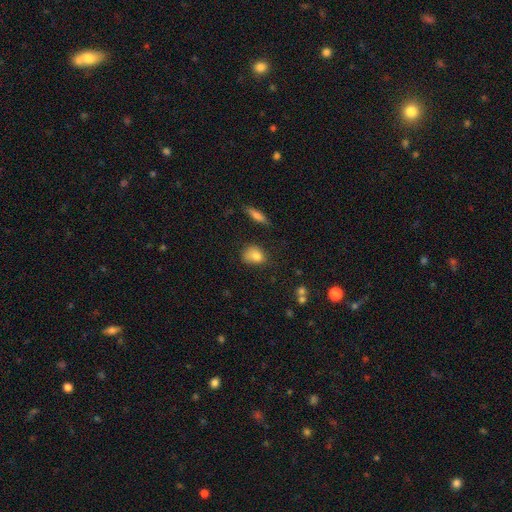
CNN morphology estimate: Smooth or featured? smooth (80%)
How rounded? in between (53%)
Merging? none (53%)